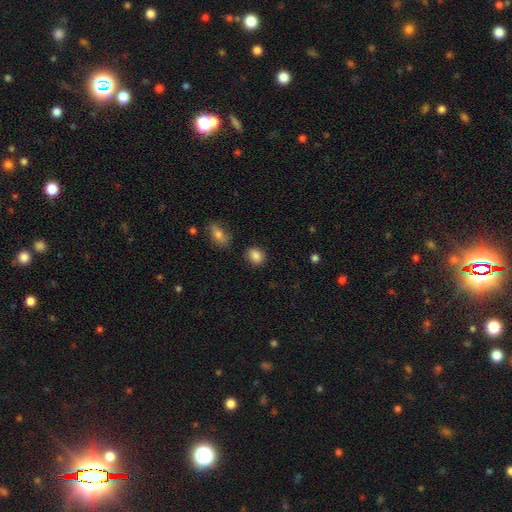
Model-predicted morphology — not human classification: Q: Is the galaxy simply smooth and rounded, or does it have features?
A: smooth — 86%.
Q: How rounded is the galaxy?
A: round — 59%.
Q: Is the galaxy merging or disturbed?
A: none — 86%.